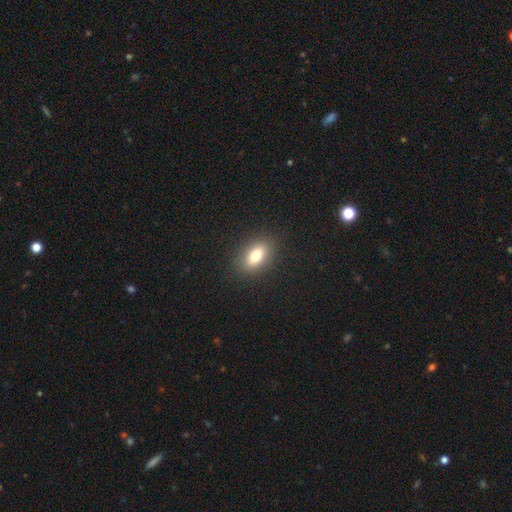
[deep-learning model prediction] A smooth galaxy with no disk features (78%) that is in between round and cigar-shaped (86%). Merging: none (89%).